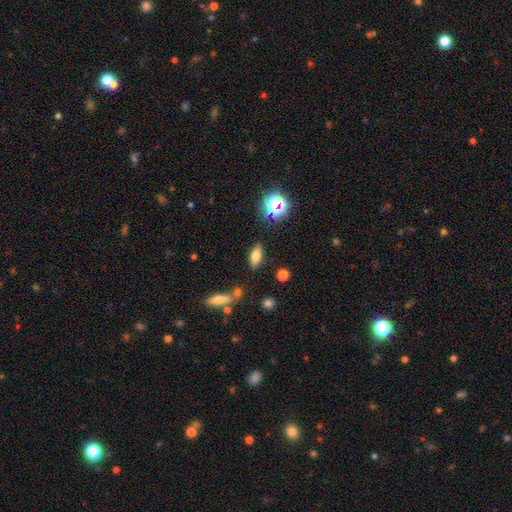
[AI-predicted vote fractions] This appears to be a smooth galaxy with no disk features (70%) that is in between round and cigar-shaped (75%). Merging: none (82%).